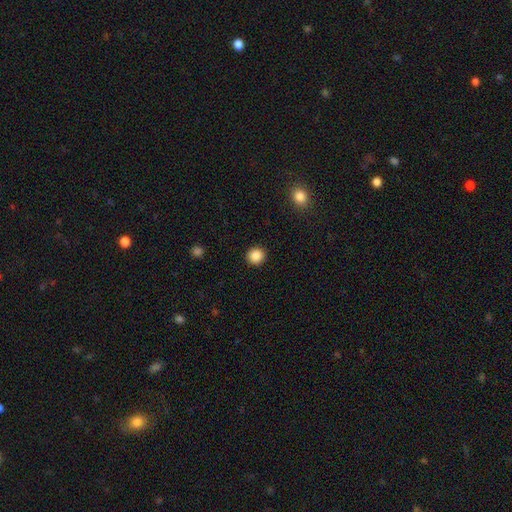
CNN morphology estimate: A smooth galaxy with no disk features (87%) that is round (94%).

Vote fractions:
- Smooth or featured? smooth: 87% / star or artifact: 10% / featured or disk: 3%
- How rounded? round: 94% / in between: 5% / cigar-shaped: 1%
- Merging? none: 93% / minor disturbance: 5% / major disturbance: 2% / merger: 1%